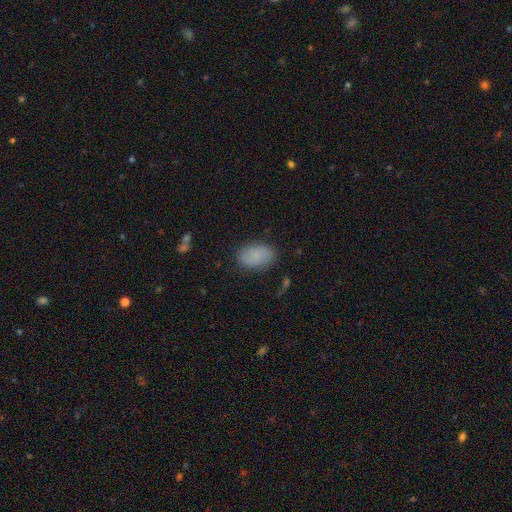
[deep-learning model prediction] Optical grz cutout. It shows a smooth galaxy with no disk features (84%) that is in between round and cigar-shaped (90%). Merging: none (83%).